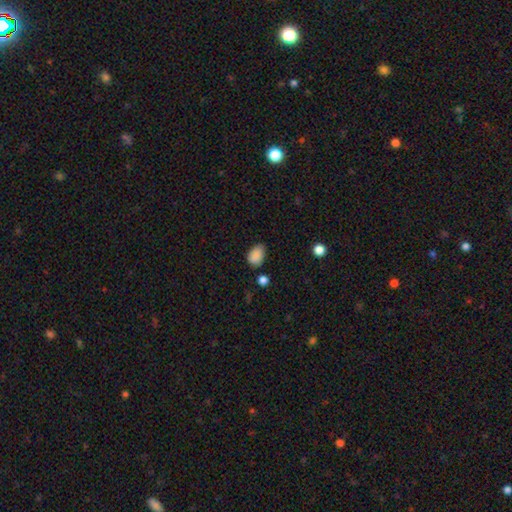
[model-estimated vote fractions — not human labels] This is clearly a smooth galaxy (88%). How rounded: clearly in between (85%). Merging: likely none (69%).